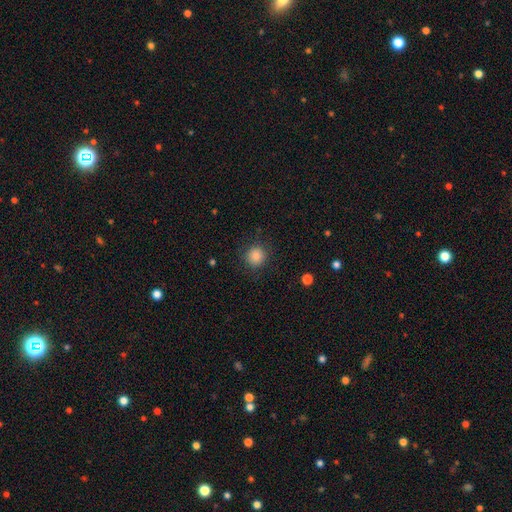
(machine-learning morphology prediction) Q: Smooth or featured?
A: smooth (85%); runner-up: star or artifact (11%)
Q: How rounded?
A: round (91%); runner-up: in between (8%)
Q: Merging?
A: none (88%); runner-up: minor disturbance (8%)